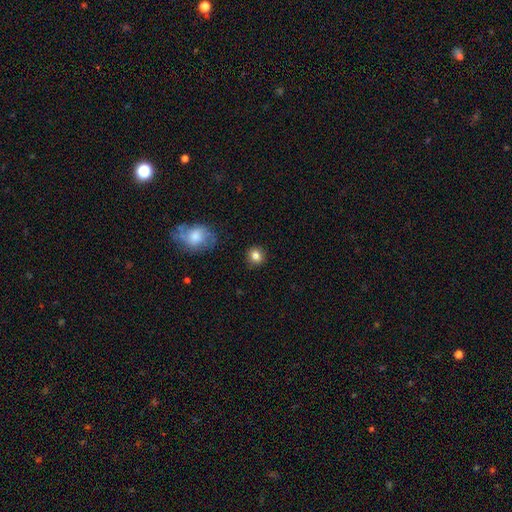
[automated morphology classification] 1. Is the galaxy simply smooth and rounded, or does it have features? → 83% smooth, 11% star or artifact, 7% featured or disk.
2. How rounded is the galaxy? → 89% round, 10% in between, 1% cigar-shaped.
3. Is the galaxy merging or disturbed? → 89% none, 7% minor disturbance, 2% major disturbance, 2% merger.